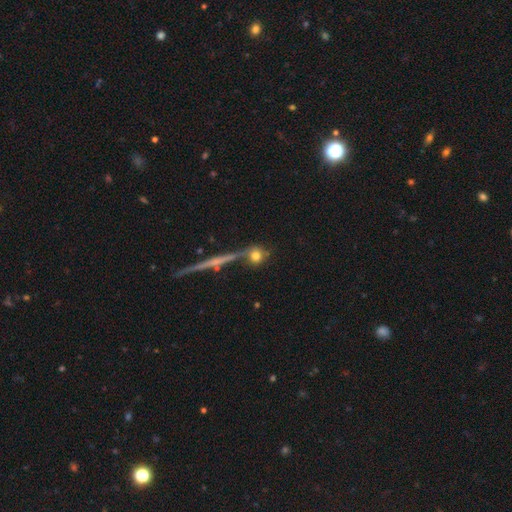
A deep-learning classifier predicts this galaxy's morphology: This is likely a smooth galaxy (70%). How rounded: clearly round (86%). Merging: likely none (66%).